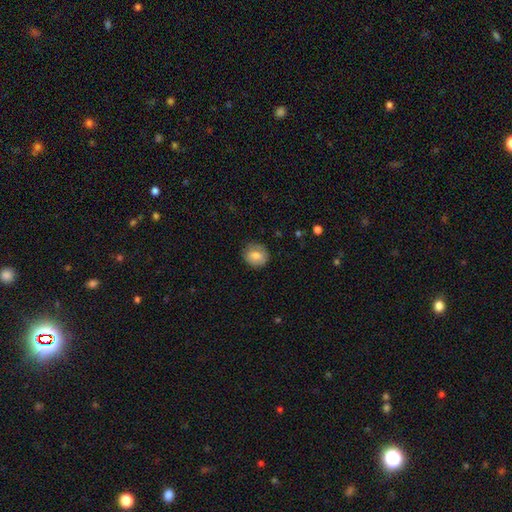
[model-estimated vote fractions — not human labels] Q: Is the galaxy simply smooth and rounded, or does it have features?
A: smooth — 77%.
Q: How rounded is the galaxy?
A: round — 79%.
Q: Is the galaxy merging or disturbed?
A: none — 82%.